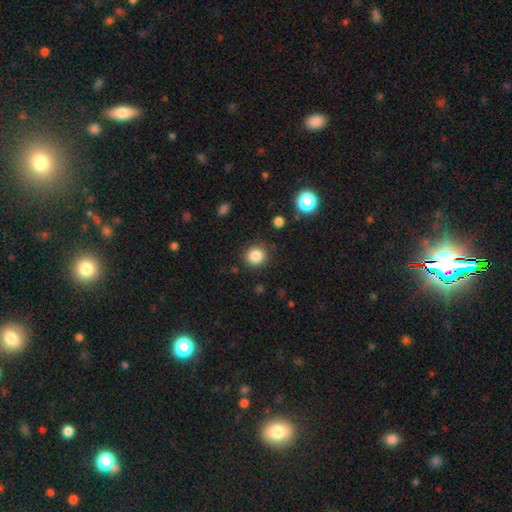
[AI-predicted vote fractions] This is clearly a smooth galaxy (85%). How rounded: clearly round (90%). Merging: clearly none (87%).